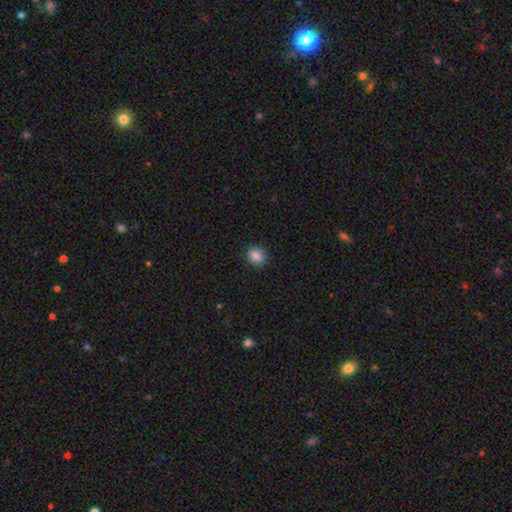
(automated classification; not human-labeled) This appears to be a smooth galaxy with no disk features (86%) that is round (65%). Merging: none (89%).